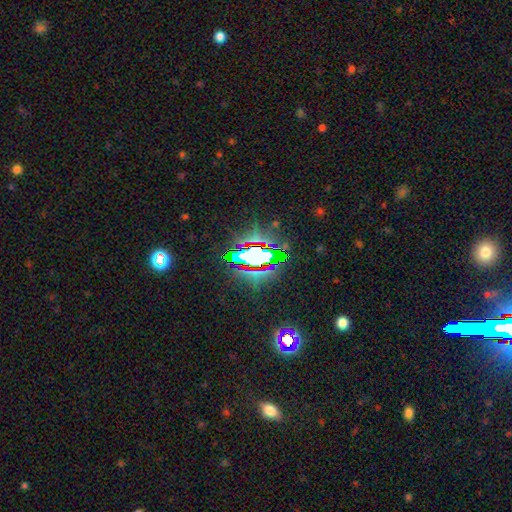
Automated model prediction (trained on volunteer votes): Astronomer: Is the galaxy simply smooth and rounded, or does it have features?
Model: star or artifact — 71%.